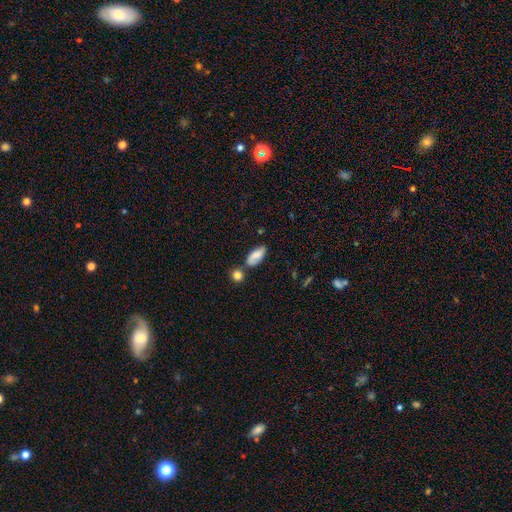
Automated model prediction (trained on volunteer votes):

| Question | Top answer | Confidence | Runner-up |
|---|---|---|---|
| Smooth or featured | smooth | 66% | featured or disk (26%) |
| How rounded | in between | 85% | cigar-shaped (11%) |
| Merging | none | 63% | minor disturbance (21%) |